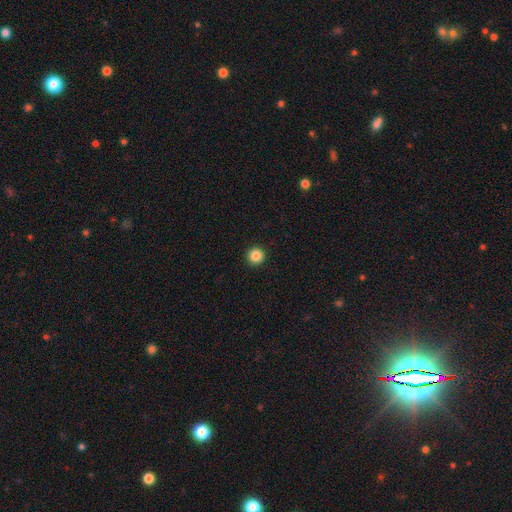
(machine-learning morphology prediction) type=smooth (86%); roundness=round (96%); merging=none (94%).